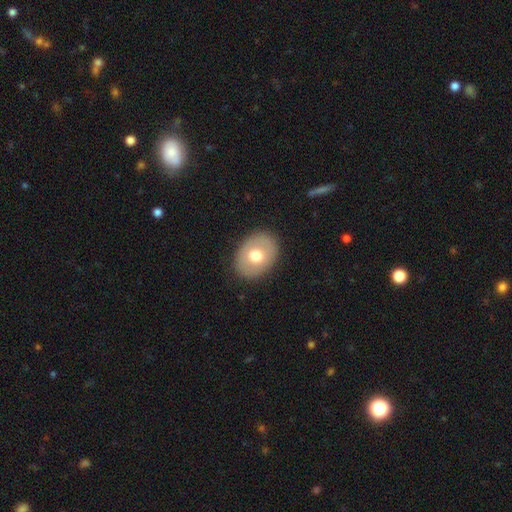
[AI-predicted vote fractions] smooth_or_featured: smooth (p=0.66) [alt: featured or disk p=0.27]
how_rounded: in between (p=0.63) [alt: round p=0.36]
merging: none (p=0.86) [alt: minor disturbance p=0.09]